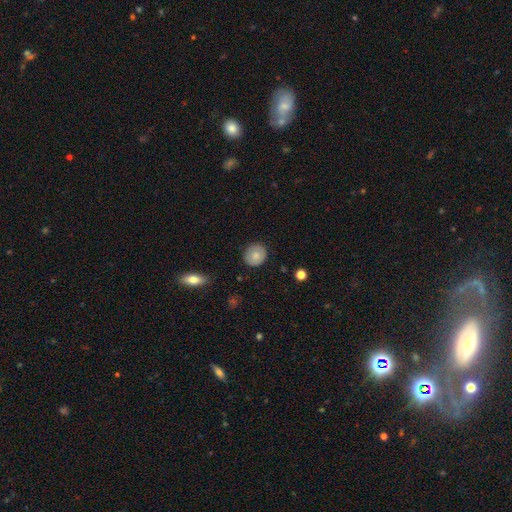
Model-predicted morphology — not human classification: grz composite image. It shows a smooth galaxy with no disk features (78%) that is round (84%). Merging: none (87%).